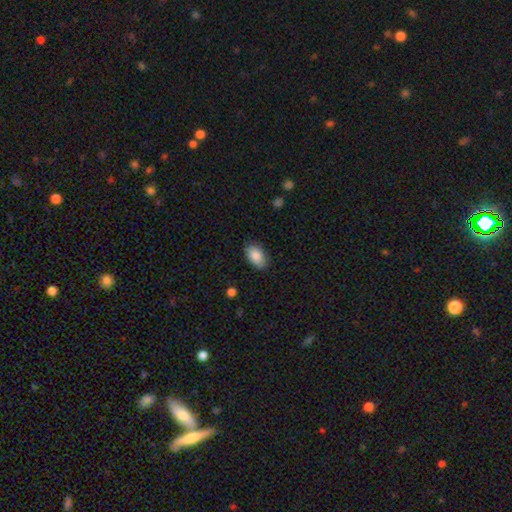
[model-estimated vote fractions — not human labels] The model was most divided on "merging": none: 84%, minor disturbance: 12%, major disturbance: 3%, merger: 1%. More confident: how rounded — in between (91%); smooth or featured — smooth (88%).